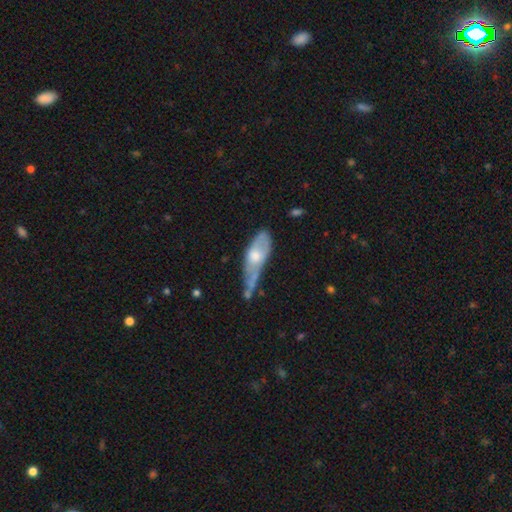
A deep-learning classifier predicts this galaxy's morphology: Smooth or featured: smooth — 48% (featured or disk — 45%)
Merging: minor disturbance — 36% (none — 27%)